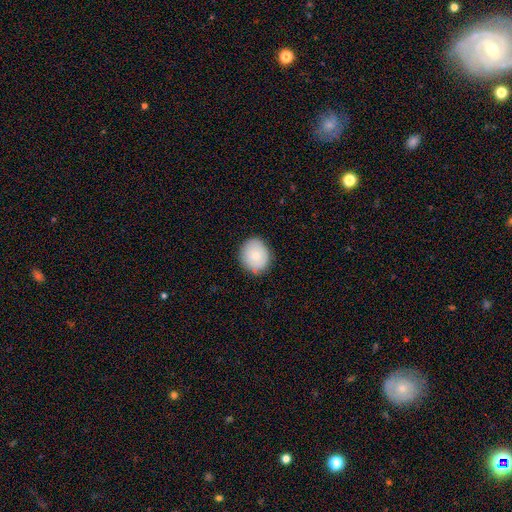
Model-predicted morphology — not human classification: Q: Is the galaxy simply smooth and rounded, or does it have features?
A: smooth — 78%.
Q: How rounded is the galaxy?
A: round — 72%.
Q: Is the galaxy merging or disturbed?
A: none — 83%.